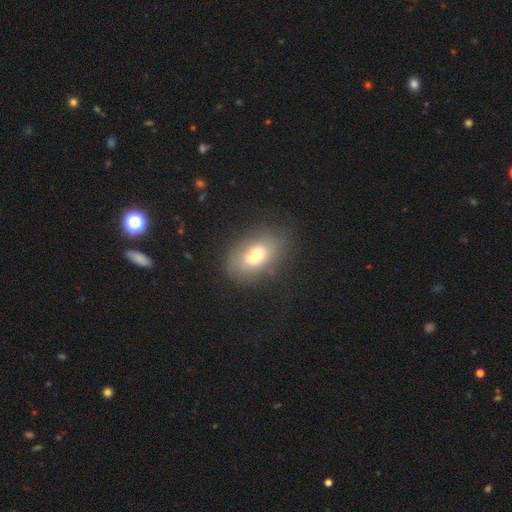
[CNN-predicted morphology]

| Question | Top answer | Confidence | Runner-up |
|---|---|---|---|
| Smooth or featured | smooth | 69% | featured or disk (21%) |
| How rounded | in between | 84% | round (14%) |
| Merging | none | 71% | minor disturbance (19%) |